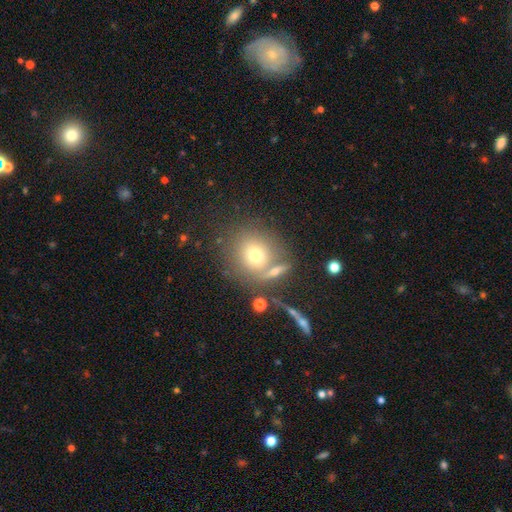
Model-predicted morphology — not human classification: This appears to be a smooth galaxy with no disk features (68%) that is round (85%). Merging: none (64%).